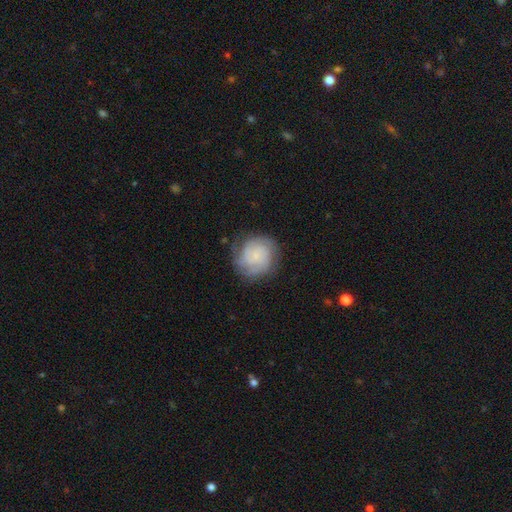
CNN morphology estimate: smooth-or-featured: featured or disk: 60% | smooth: 32% | star or artifact: 8%
  disk-edge-on: no: 98% | yes: 2%
    bar: no: 76% | weak: 21% | strong: 3%
    has-spiral-arms: yes: 91% | no: 9%
      spiral-winding: tight: 64% | medium: 29% | loose: 7%
      spiral-arm-count: can't tell: 36% | 3: 23% | 2: 19% | 4: 10% | 1: 6% | more than 4: 6%
    bulge-size: small: 65% | none: 21% | moderate: 11% | large: 2% | dominant: 1%
  merging: none: 74% | minor disturbance: 17% | major disturbance: 7% | merger: 1%